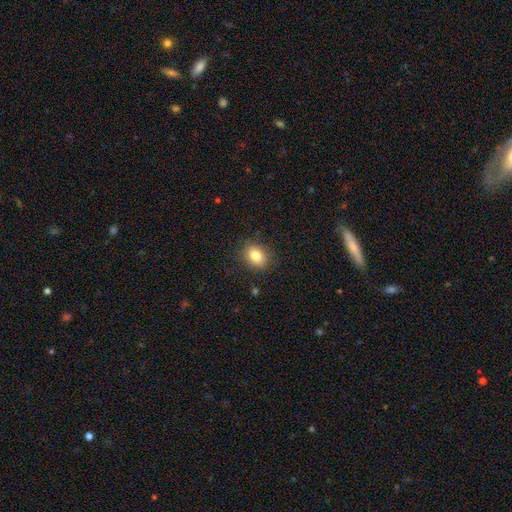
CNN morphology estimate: Overall: smooth (82%). How rounded: in between (60%; round 39%). Merging: none (87%).